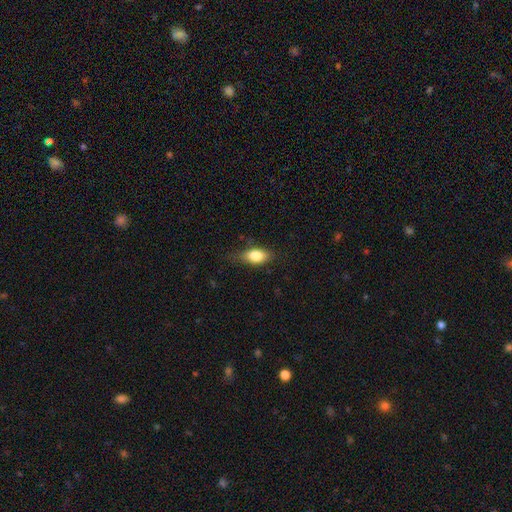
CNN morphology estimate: Smooth or featured: smooth — 81% (featured or disk — 11%)
How rounded: in between — 85% (round — 8%)
Merging: none — 69% (minor disturbance — 24%)